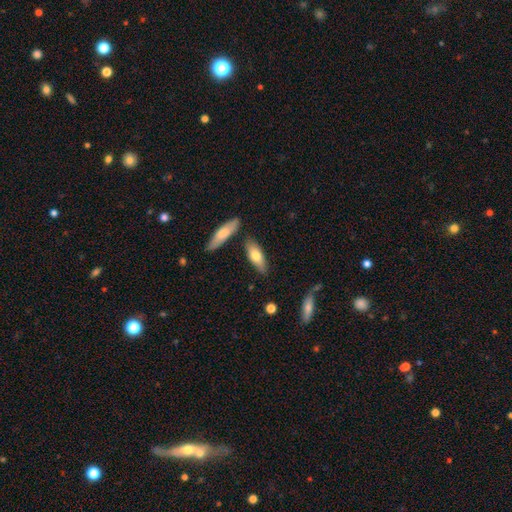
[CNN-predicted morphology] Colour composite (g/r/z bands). It shows a smooth galaxy with no disk features (70%) that is in between round and cigar-shaped (64%). Merging: none (77%).